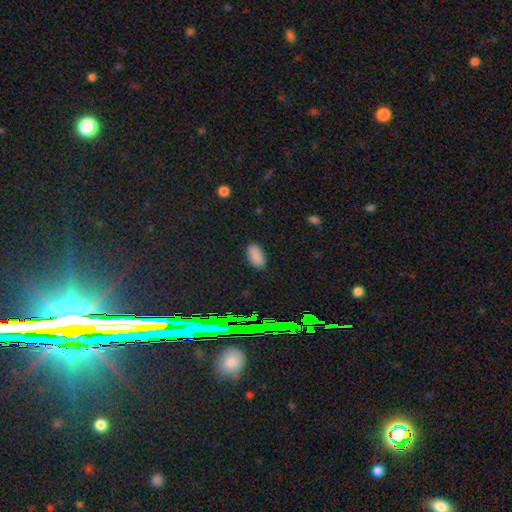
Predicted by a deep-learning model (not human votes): This appears to be a smooth galaxy with no disk features (85%) that is in between round and cigar-shaped (94%). Merging: none (86%).